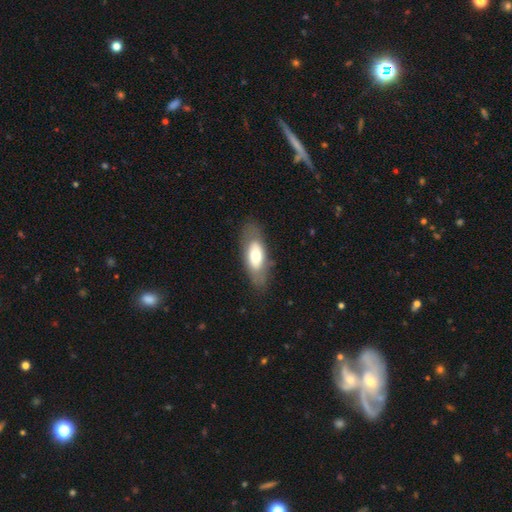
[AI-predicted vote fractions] A smooth galaxy with no disk features (57%) that is in between round and cigar-shaped (82%).

Vote fractions:
- Smooth or featured? smooth: 57% / featured or disk: 37% / star or artifact: 6%
- How rounded? in between: 82% / cigar-shaped: 15% / round: 3%
- Merging? none: 77% / minor disturbance: 15% / major disturbance: 6% / merger: 1%